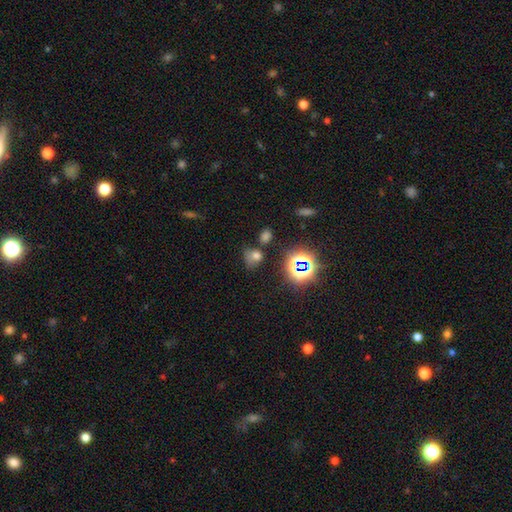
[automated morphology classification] A smooth galaxy with no disk features (61%) that is round (53%).

Vote fractions:
- Smooth or featured? smooth: 61% / star or artifact: 29% / featured or disk: 10%
- How rounded? round: 53% / in between: 46% / cigar-shaped: 2%
- Merging? none: 49% / minor disturbance: 22% / merger: 16% / major disturbance: 12%